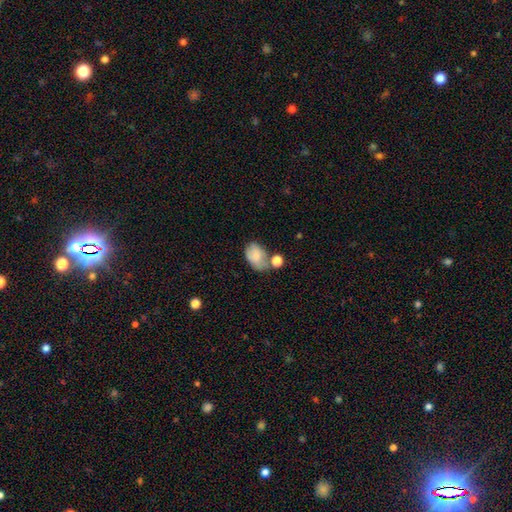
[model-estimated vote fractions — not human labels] This appears to be a smooth galaxy with no disk features (73%) that is in between round and cigar-shaped (83%). Merging: none (37%).